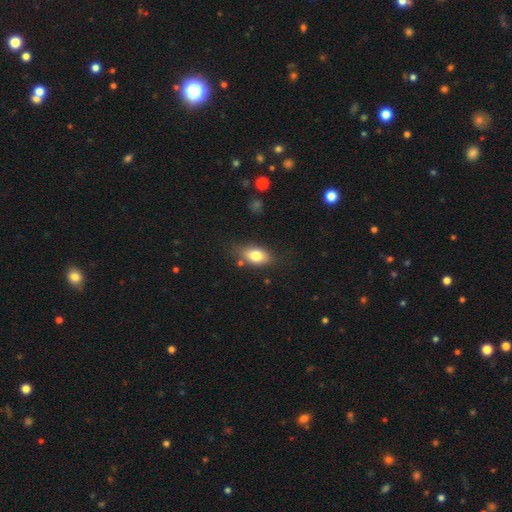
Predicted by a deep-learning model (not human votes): Smooth or featured?
  - smooth: 78% *
  - featured or disk: 14%
  - star or artifact: 8%
How rounded?
  - in between: 86% *
  - round: 11%
  - cigar-shaped: 3%
Merging?
  - none: 75% *
  - minor disturbance: 17%
  - major disturbance: 5%
  - merger: 3%